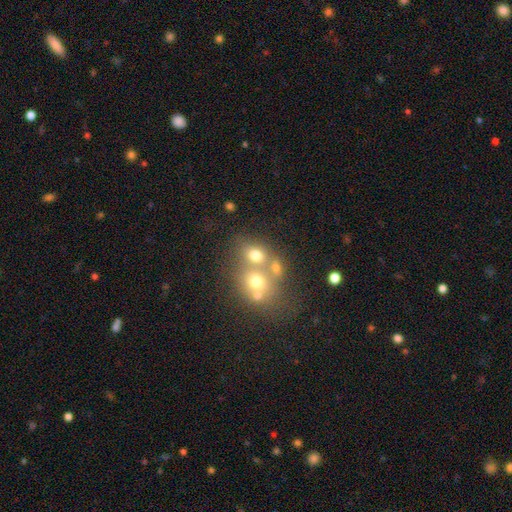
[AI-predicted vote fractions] Smooth or featured?
  - smooth: 66% *
  - featured or disk: 18%
  - star or artifact: 17%
How rounded?
  - round: 62% *
  - in between: 36%
  - cigar-shaped: 1%
Merging?
  - merger: 44% *
  - none: 41%
  - minor disturbance: 10%
  - major disturbance: 6%